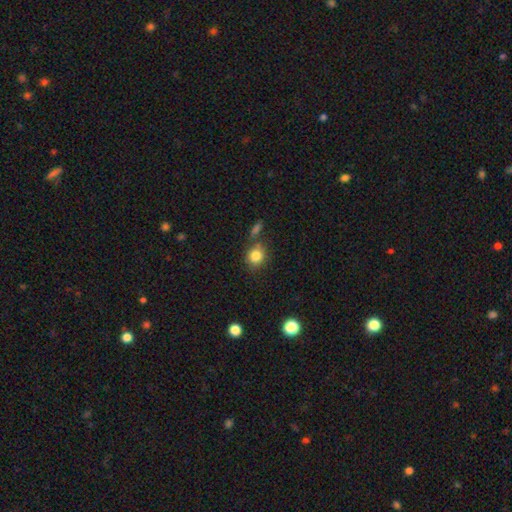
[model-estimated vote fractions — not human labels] Morphology: type=smooth (83%); roundness=round (68%); merging=none (69%).